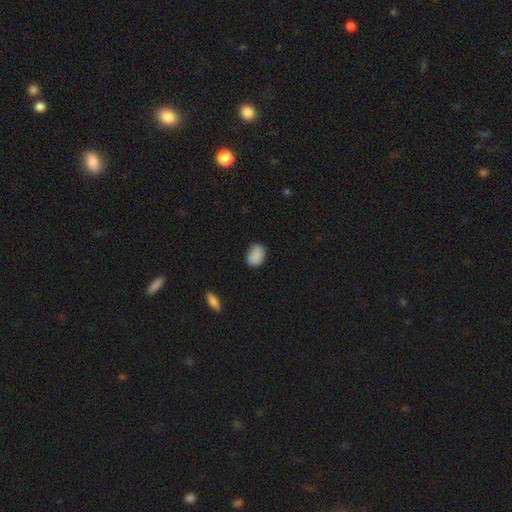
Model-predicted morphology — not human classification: smooth-or-featured: smooth: 88% | star or artifact: 8% | featured or disk: 4%
  how-rounded: in between: 73% | round: 26% | cigar-shaped: 1%
  merging: none: 74% | minor disturbance: 21% | major disturbance: 4% | merger: 1%